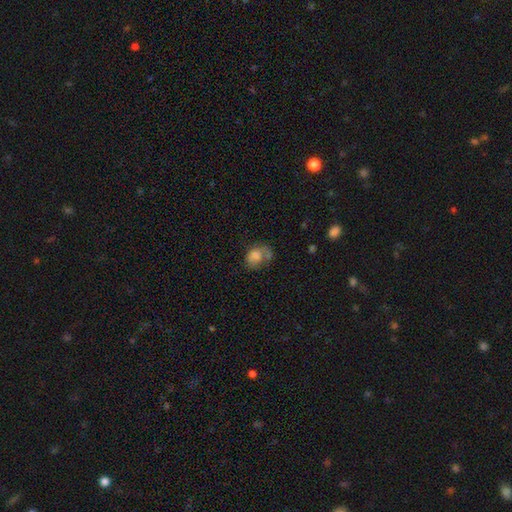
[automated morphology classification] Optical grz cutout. It shows a smooth galaxy with no disk features (67%) that is in between round and cigar-shaped (65%). Merging: none (33%).